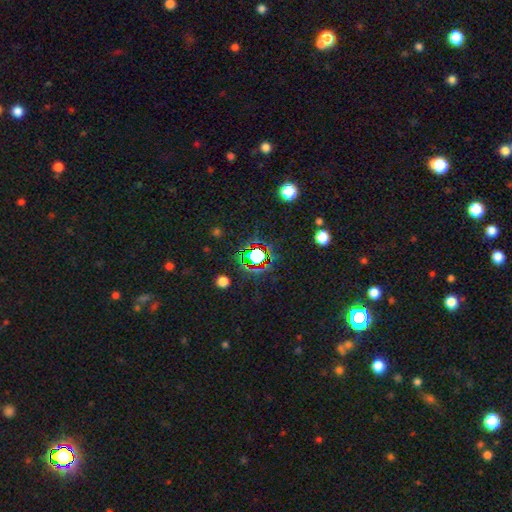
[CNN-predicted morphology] Smooth or featured? star or artifact (70%)